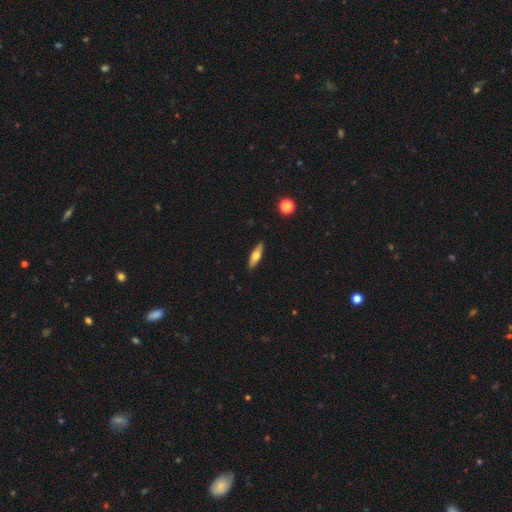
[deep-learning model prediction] Smooth or featured?
  - smooth: 52% *
  - featured or disk: 41%
  - star or artifact: 6%
How rounded?
  - cigar-shaped: 60% *
  - in between: 37%
  - round: 3%
Merging?
  - none: 89% *
  - minor disturbance: 8%
  - major disturbance: 2%
  - merger: 1%